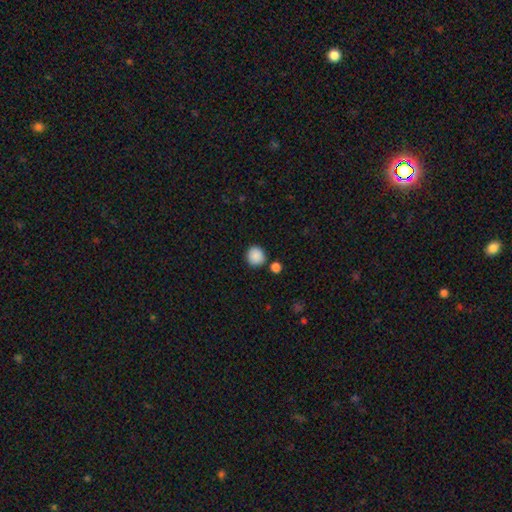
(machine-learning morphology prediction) Smooth or featured? smooth (88%)
How rounded? round (91%)
Merging? none (82%)